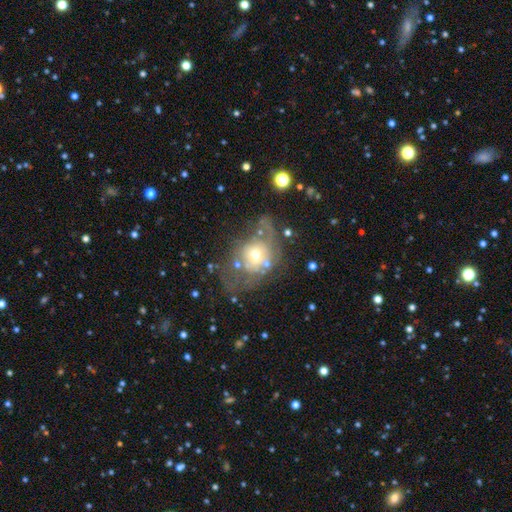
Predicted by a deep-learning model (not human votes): Smooth or featured? featured or disk (50%)
Merging? none (36%)